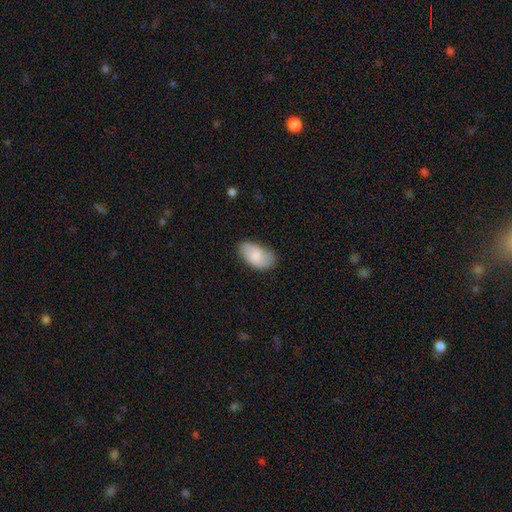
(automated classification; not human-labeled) This is likely a smooth galaxy (74%). How rounded: clearly in between (94%). Merging: likely none (69%).